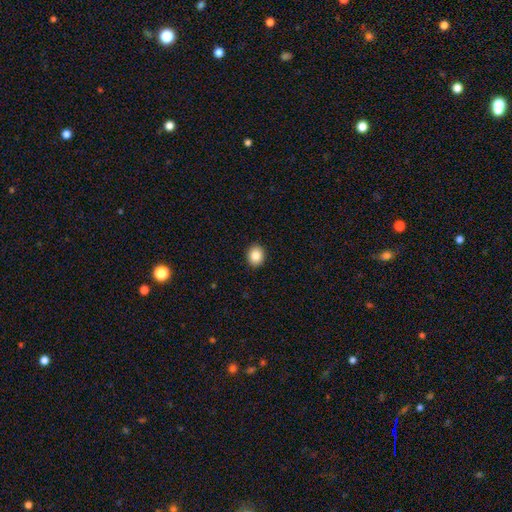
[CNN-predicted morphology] type=smooth (85%); roundness=round (63%); merging=none (92%).